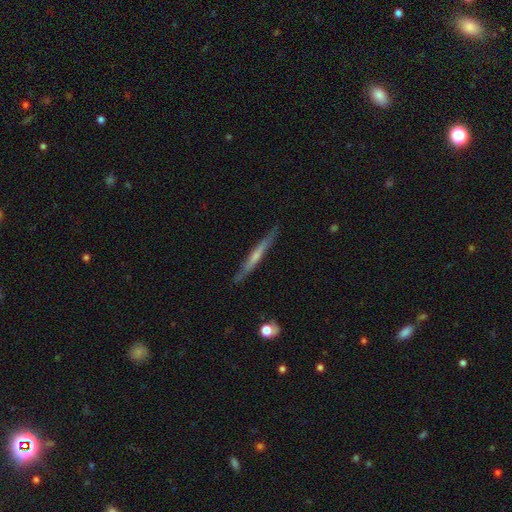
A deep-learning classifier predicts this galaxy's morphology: A featured or disk galaxy (56%) viewed edge-on (95%) with no central bulge (62%). Merging: none (87%).